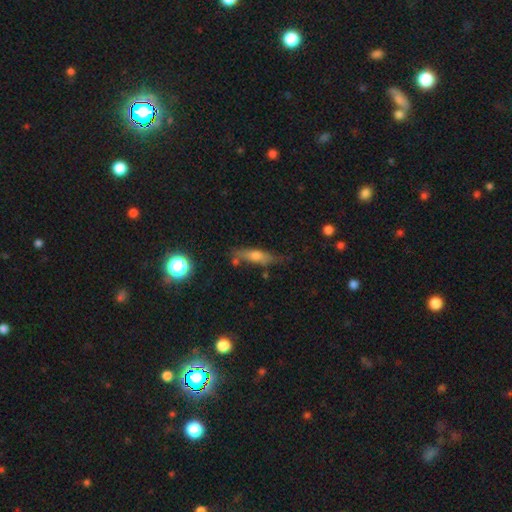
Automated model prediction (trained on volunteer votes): This appears to be a smooth galaxy with no disk features (53%) that is cigar-shaped (62%). Merging: none (57%).